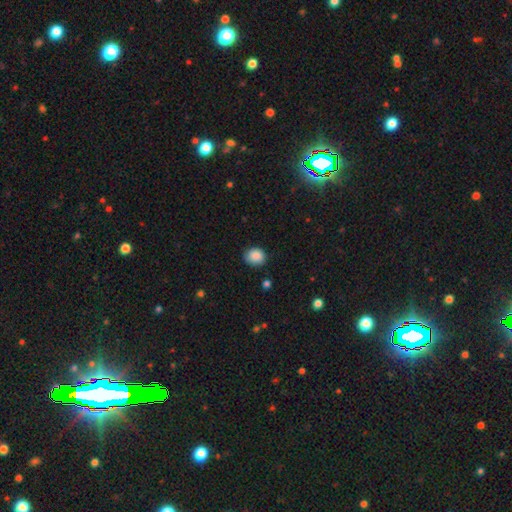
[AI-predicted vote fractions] Smooth or featured? smooth (87%)
How rounded? round (67%)
Merging? none (79%)